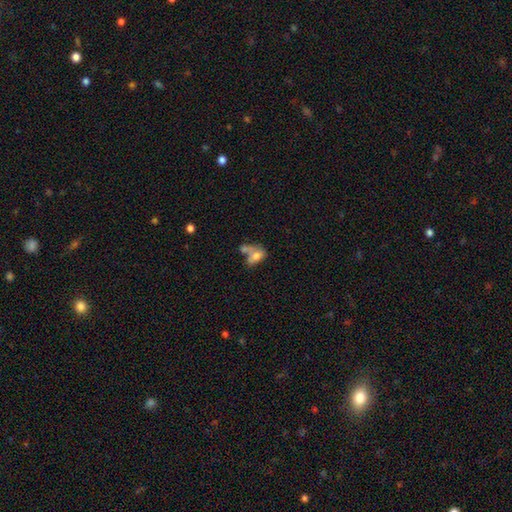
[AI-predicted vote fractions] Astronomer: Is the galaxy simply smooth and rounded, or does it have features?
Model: smooth — 48% (runner-up: featured or disk, 33%).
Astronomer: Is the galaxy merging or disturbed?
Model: merger — 41% (runner-up: none, 31%).